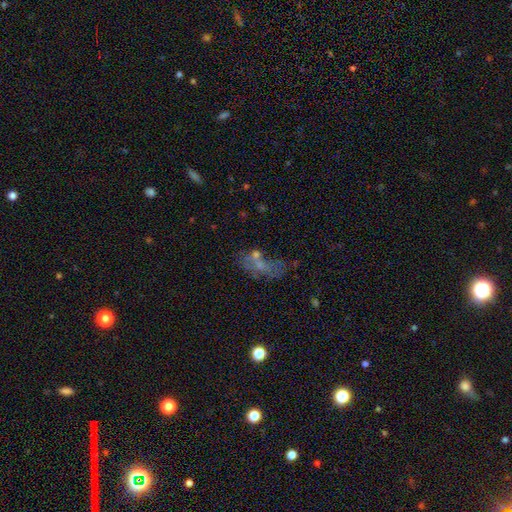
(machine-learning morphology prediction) Smooth or featured? featured or disk (42%)
Merging? none (31%)